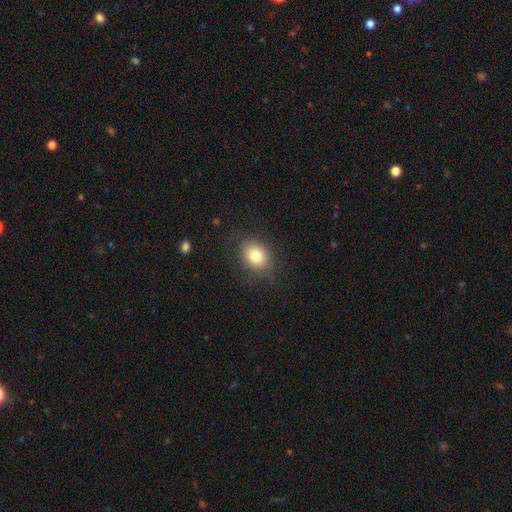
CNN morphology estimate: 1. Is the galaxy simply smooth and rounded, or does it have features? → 81% smooth, 10% star or artifact, 9% featured or disk.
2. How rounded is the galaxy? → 57% in between, 42% round, 1% cigar-shaped.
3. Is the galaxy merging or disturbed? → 83% none, 12% minor disturbance, 5% major disturbance, 1% merger.